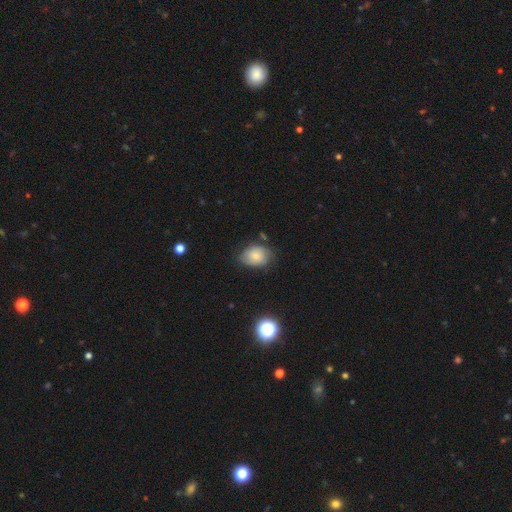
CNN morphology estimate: This is likely a smooth galaxy (73%). How rounded: likely in between (71%). Merging: likely none (66%).